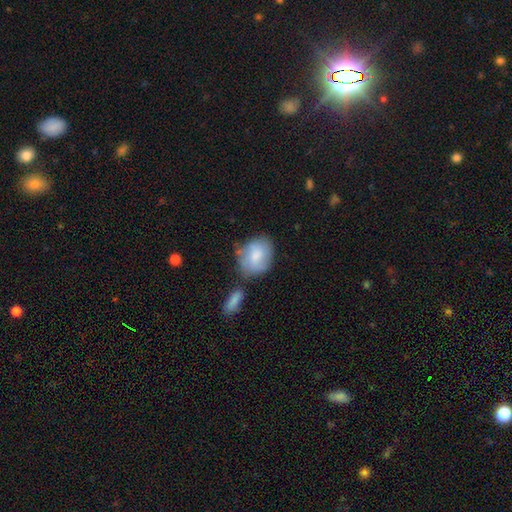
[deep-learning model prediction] Smooth or featured? Predicted: smooth (p=0.70). How rounded? Predicted: in between (p=0.60). Merging? Predicted: none (p=0.51).